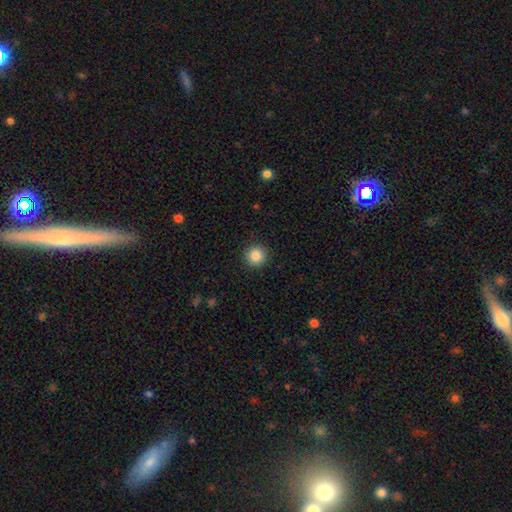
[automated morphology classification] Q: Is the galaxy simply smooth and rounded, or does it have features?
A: smooth — 87%.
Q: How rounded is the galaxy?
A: round — 94%.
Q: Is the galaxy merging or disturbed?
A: none — 91%.